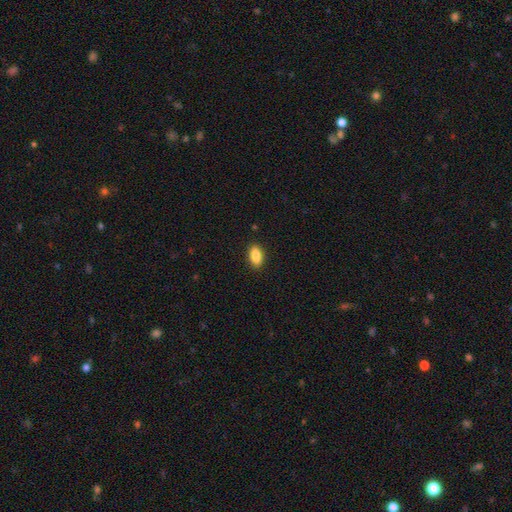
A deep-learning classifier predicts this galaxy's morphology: smooth 87%, star or artifact 7%, featured or disk 6%. Down the decision tree: how rounded — in between (90%); merging — none (89%).